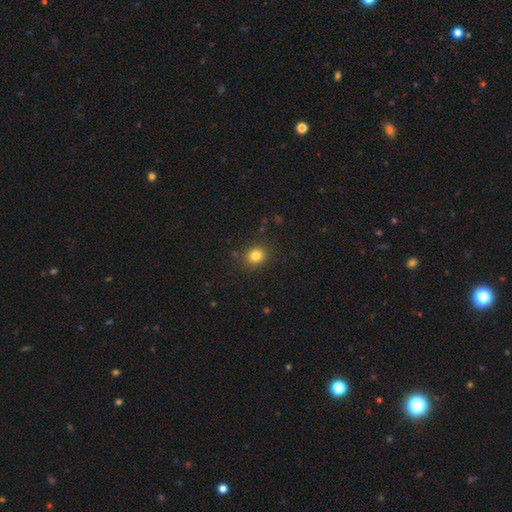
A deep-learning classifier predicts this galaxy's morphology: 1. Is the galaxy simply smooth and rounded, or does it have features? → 82% smooth, 12% star or artifact, 6% featured or disk.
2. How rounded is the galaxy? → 71% round, 28% in between, 1% cigar-shaped.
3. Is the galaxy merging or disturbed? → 87% none, 9% minor disturbance, 3% major disturbance, 1% merger.